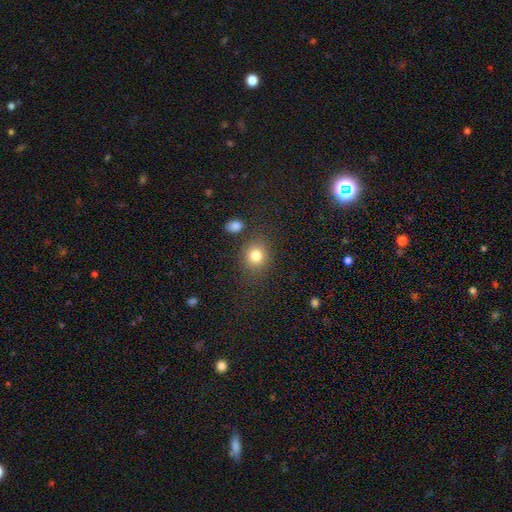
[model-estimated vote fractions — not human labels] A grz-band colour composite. It shows a smooth galaxy with no disk features (80%) that is round (76%). Merging: none (78%).